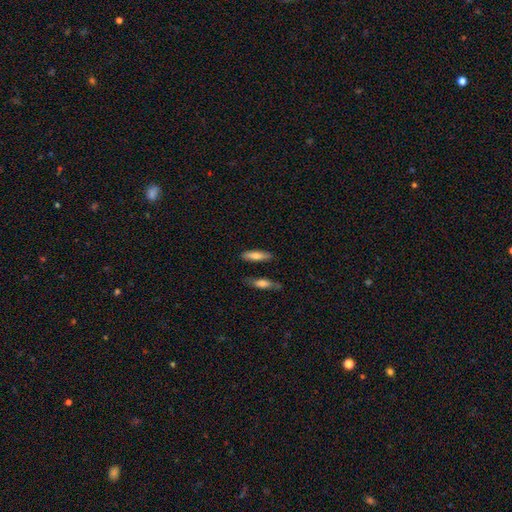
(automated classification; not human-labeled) A smooth galaxy with no disk features (72%) that is cigar-shaped (61%). Merging: none (80%).